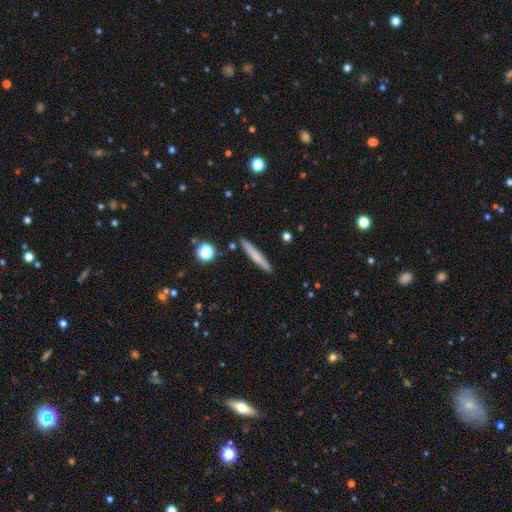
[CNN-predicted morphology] Smooth or featured?
  - smooth: 66% *
  - featured or disk: 26%
  - star or artifact: 7%
How rounded?
  - cigar-shaped: 95% *
  - in between: 3%
  - round: 2%
Merging?
  - none: 89% *
  - minor disturbance: 7%
  - merger: 2%
  - major disturbance: 2%